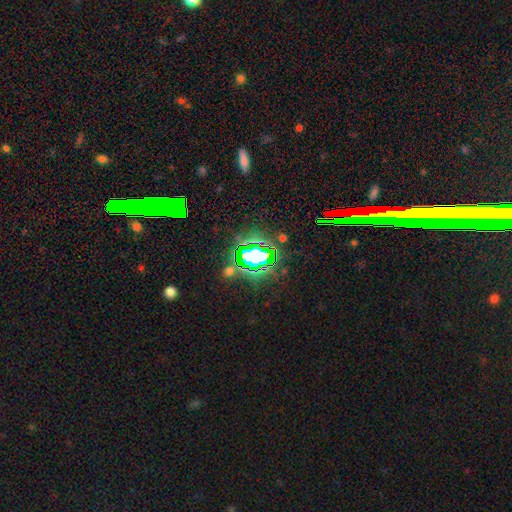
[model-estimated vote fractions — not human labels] Overall: star or artifact (71%).